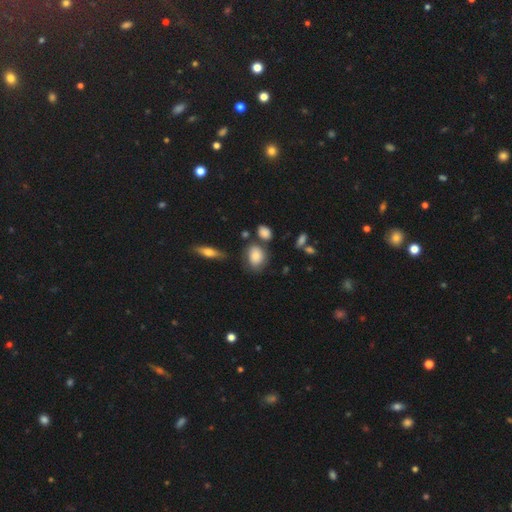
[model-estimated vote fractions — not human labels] This appears to be a smooth galaxy with no disk features (80%) that is in between round and cigar-shaped (62%). Merging: none (60%).